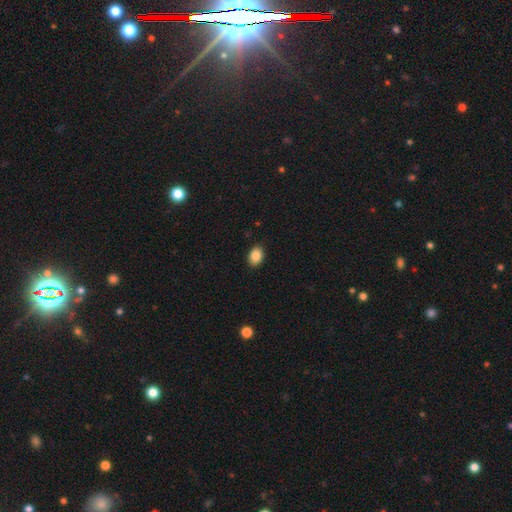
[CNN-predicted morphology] Smooth or featured? smooth (87%)
How rounded? in between (80%)
Merging? none (89%)